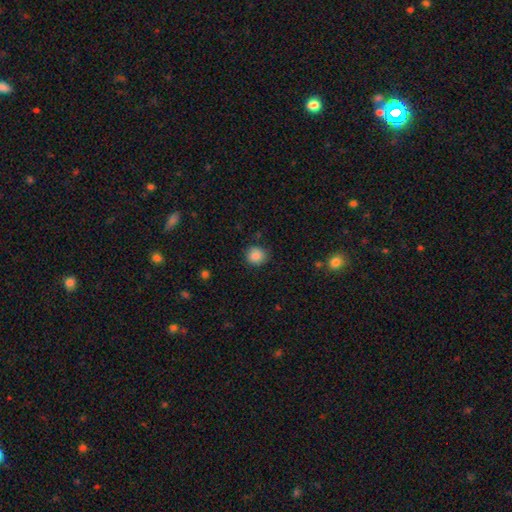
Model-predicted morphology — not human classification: smooth-or-featured: smooth: 86% | star or artifact: 10% | featured or disk: 5%
  how-rounded: round: 88% | in between: 11% | cigar-shaped: 1%
  merging: none: 85% | minor disturbance: 11% | major disturbance: 3% | merger: 1%